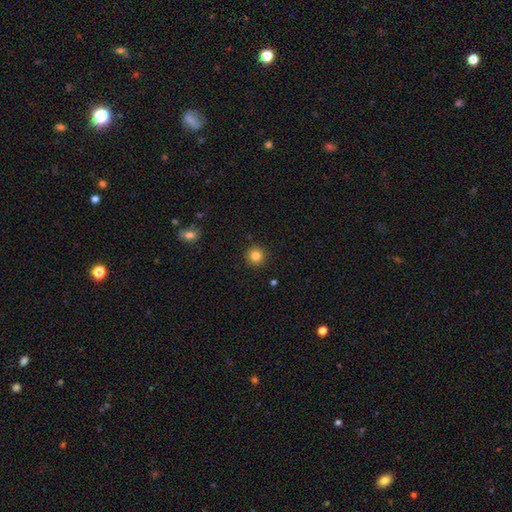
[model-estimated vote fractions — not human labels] A smooth galaxy with no disk features (84%) that is round (95%). Merging: none (91%).